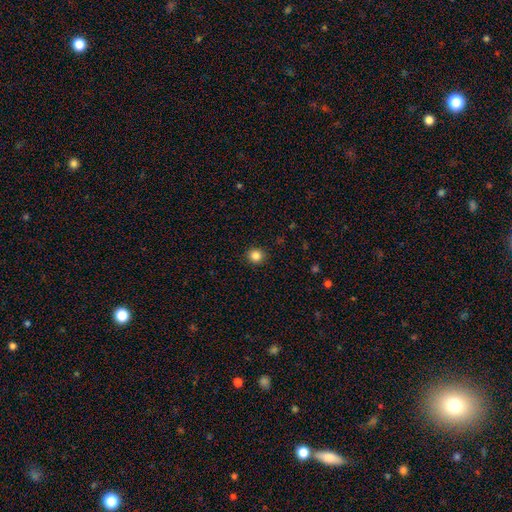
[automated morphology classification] smooth-or-featured: smooth: 85% | star or artifact: 11% | featured or disk: 4%
  how-rounded: round: 92% | in between: 7% | cigar-shaped: 1%
  merging: none: 92% | minor disturbance: 5% | major disturbance: 2% | merger: 1%